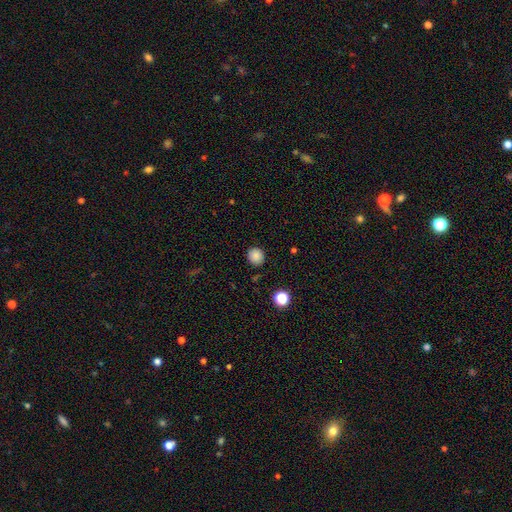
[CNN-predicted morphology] This appears to be a smooth galaxy with no disk features (85%) that is round (90%). Merging: none (89%).